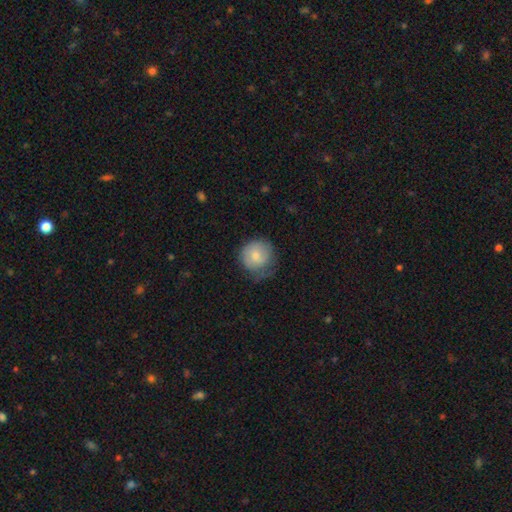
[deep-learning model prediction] Overall: smooth (73%). How rounded: round (88%). Merging: none (53%; minor disturbance 33%).